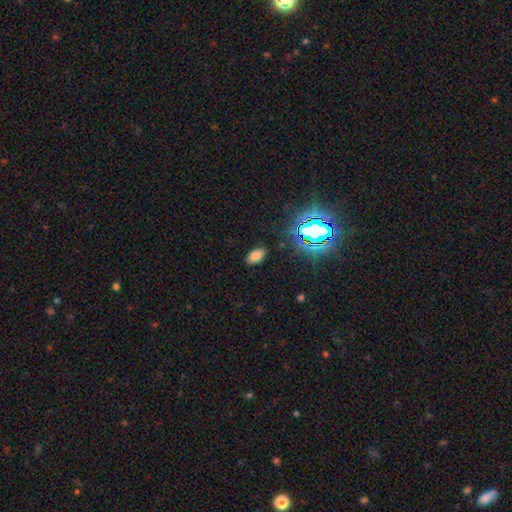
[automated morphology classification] Smooth or featured? smooth (71%)
How rounded? in between (91%)
Merging? none (86%)